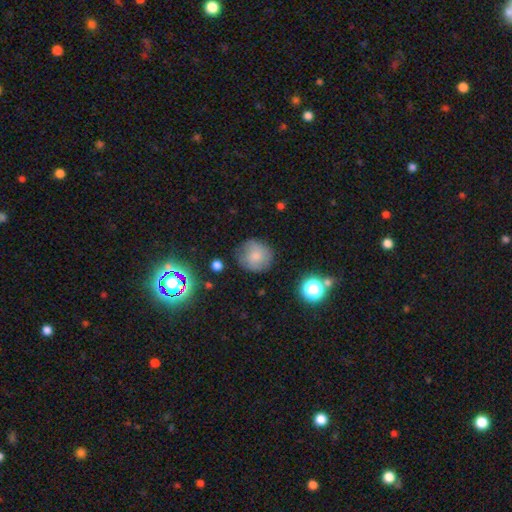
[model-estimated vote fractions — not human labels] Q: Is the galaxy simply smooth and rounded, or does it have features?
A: smooth — 71%.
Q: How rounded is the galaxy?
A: round — 88%.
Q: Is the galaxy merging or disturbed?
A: none — 74%.